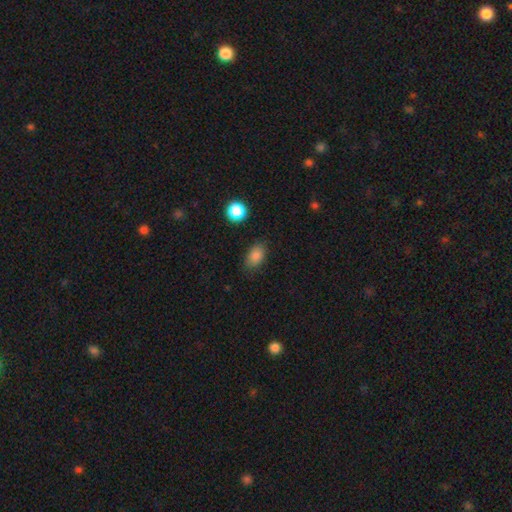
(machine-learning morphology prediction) smooth 84%, star or artifact 11%, featured or disk 5%. Down the decision tree: how rounded — in between (84%); merging — none (82%).